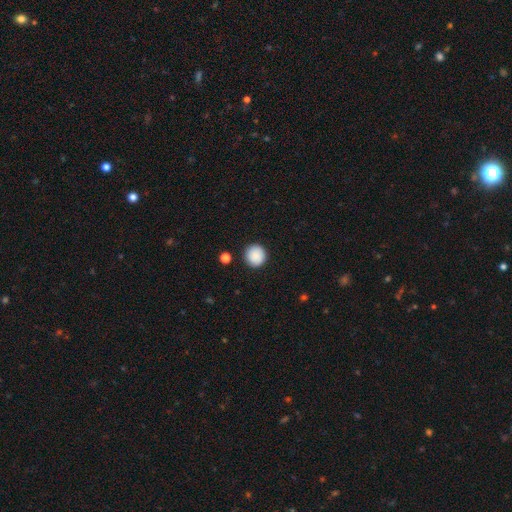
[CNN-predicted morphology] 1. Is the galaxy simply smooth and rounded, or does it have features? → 89% smooth, 8% star or artifact, 3% featured or disk.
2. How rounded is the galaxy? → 93% round, 6% in between, 1% cigar-shaped.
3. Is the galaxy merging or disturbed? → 90% none, 6% minor disturbance, 2% major disturbance, 2% merger.